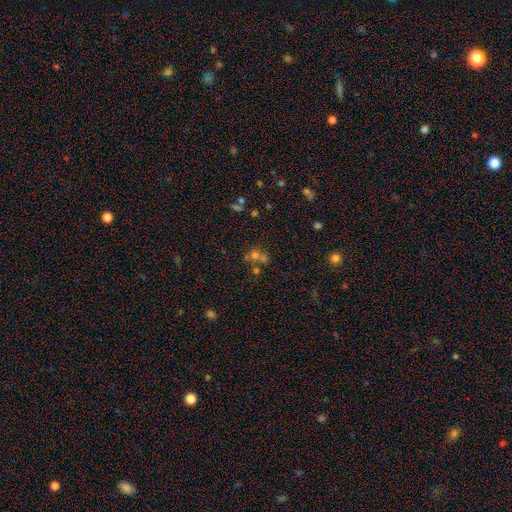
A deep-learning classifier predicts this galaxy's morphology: Overall: smooth (48%; star or artifact 35%). Merging: merger (43%, tied with none).